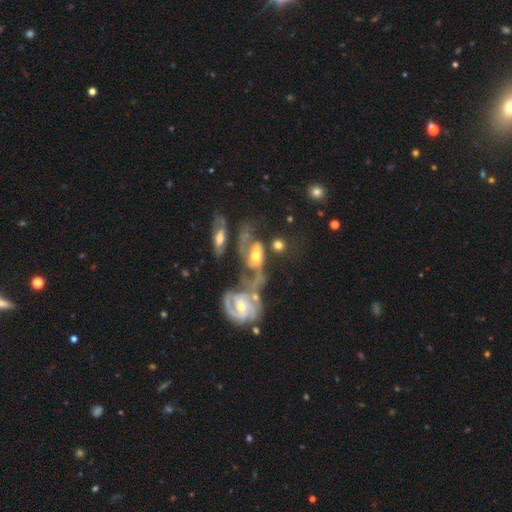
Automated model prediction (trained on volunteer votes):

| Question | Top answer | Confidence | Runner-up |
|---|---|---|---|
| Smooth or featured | featured or disk | 75% | smooth (17%) |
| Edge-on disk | no | 95% | yes (5%) |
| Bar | no | 53% | weak (33%) |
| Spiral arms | yes | 88% | no (12%) |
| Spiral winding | medium | 46% | tight (30%) |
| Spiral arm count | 2 | 70% | can't tell (13%) |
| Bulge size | moderate | 57% | small (31%) |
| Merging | merger | 59% | none (15%) |